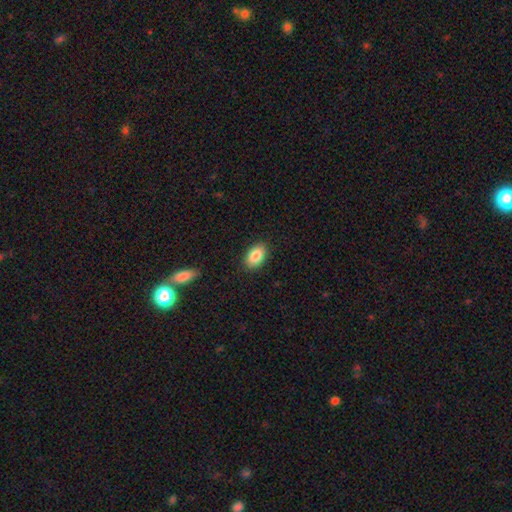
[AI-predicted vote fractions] A smooth galaxy with no disk features (87%) that is in between round and cigar-shaped (90%).

Vote fractions:
- Smooth or featured? smooth: 87% / star or artifact: 7% / featured or disk: 6%
- How rounded? in between: 90% / round: 8% / cigar-shaped: 1%
- Merging? none: 89% / minor disturbance: 8% / major disturbance: 2% / merger: 1%